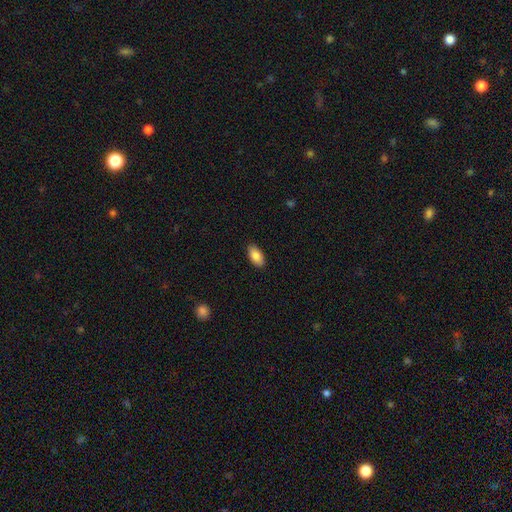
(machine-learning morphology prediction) Overall: smooth (86%). How rounded: in between (94%). Merging: none (89%).